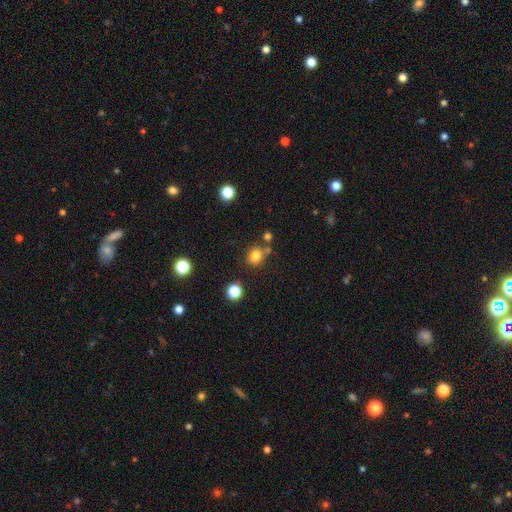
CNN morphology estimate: Smooth or featured? smooth (80%)
How rounded? round (79%)
Merging? none (71%)